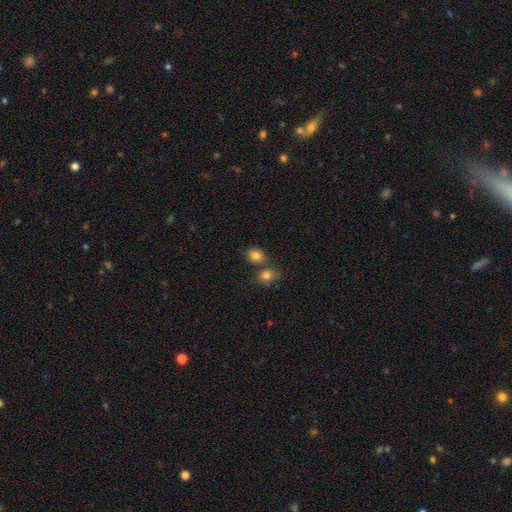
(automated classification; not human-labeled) smooth 83%, star or artifact 11%, featured or disk 7%. Down the decision tree: how rounded — round (54%); merging — none (60%).